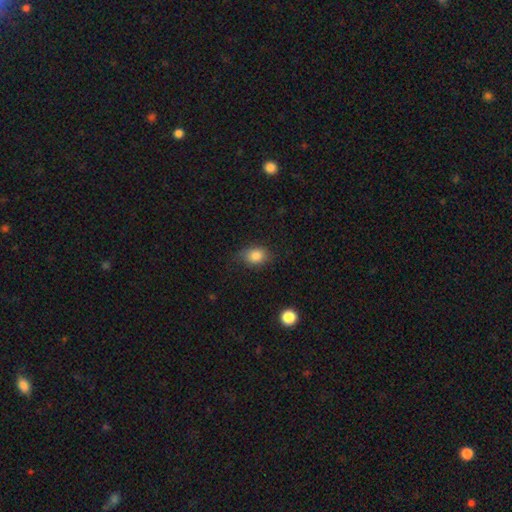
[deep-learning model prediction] A smooth galaxy with no disk features (83%) that is in between round and cigar-shaped (65%).

Vote fractions:
- Smooth or featured? smooth: 83% / star or artifact: 9% / featured or disk: 8%
- How rounded? in between: 65% / round: 33% / cigar-shaped: 1%
- Merging? none: 73% / minor disturbance: 21% / major disturbance: 5% / merger: 1%